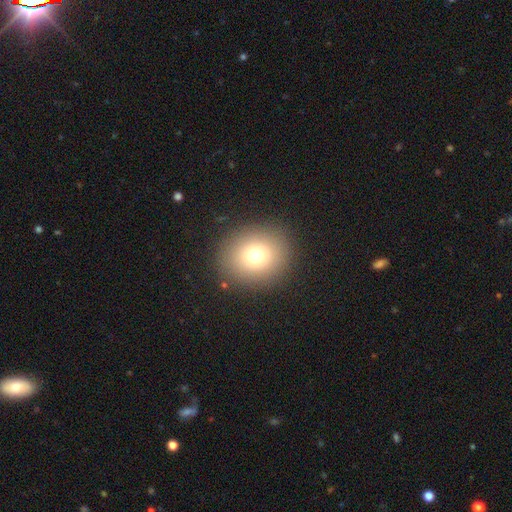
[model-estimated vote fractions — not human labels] Overall: smooth (74%). How rounded: round (73%). Merging: none (88%).